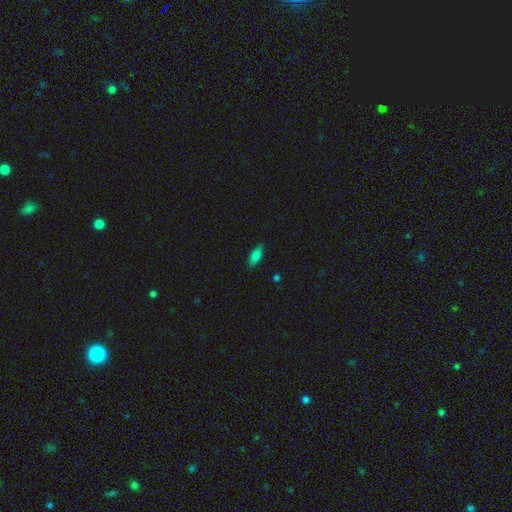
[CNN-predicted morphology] The model was most divided on "how rounded": in between: 76%, cigar-shaped: 21%, round: 3%. More confident: merging — none (85%); smooth or featured — smooth (79%).